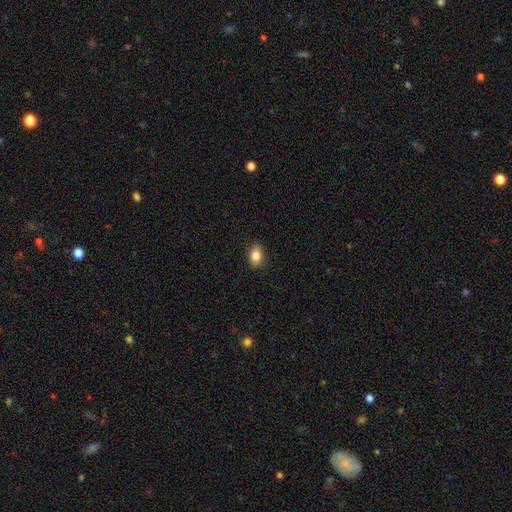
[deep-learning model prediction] This is clearly a smooth galaxy (85%). How rounded: likely in between (74%). Merging: clearly none (87%).